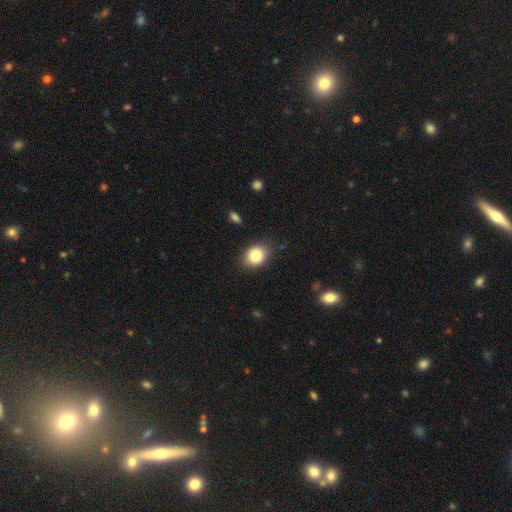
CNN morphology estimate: A smooth galaxy with no disk features (84%) that is round (50%).

Vote fractions:
- Smooth or featured? smooth: 84% / star or artifact: 9% / featured or disk: 7%
- How rounded? round: 50% / in between: 49% / cigar-shaped: 1%
- Merging? none: 83% / minor disturbance: 13% / major disturbance: 3% / merger: 1%